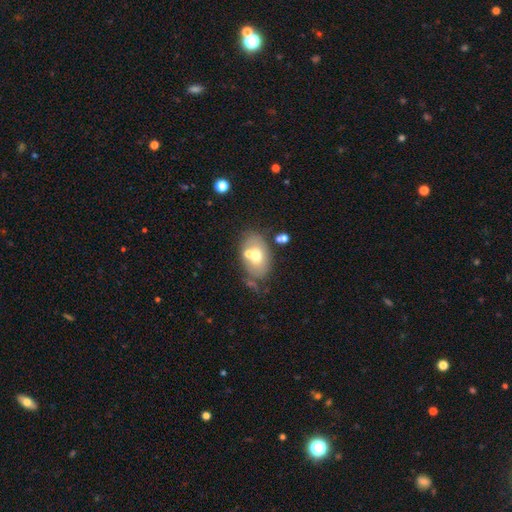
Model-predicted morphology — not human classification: This appears to be a smooth galaxy with no disk features (59%) that is in between round and cigar-shaped (84%). Merging: none (54%).